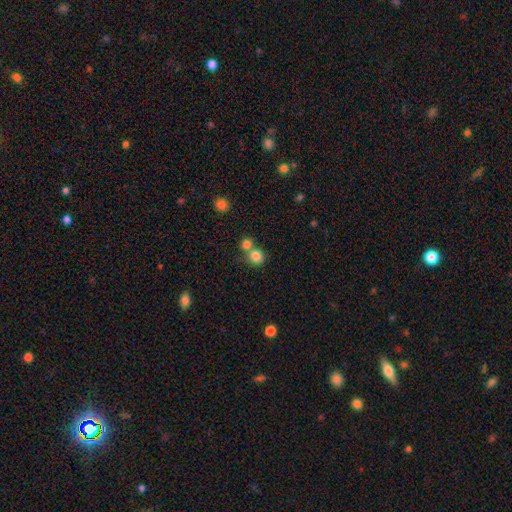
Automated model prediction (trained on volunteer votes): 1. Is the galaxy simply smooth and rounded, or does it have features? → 82% smooth, 11% star or artifact, 7% featured or disk.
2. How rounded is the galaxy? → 84% round, 15% in between, 1% cigar-shaped.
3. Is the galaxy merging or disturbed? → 48% none, 43% merger, 7% minor disturbance, 3% major disturbance.